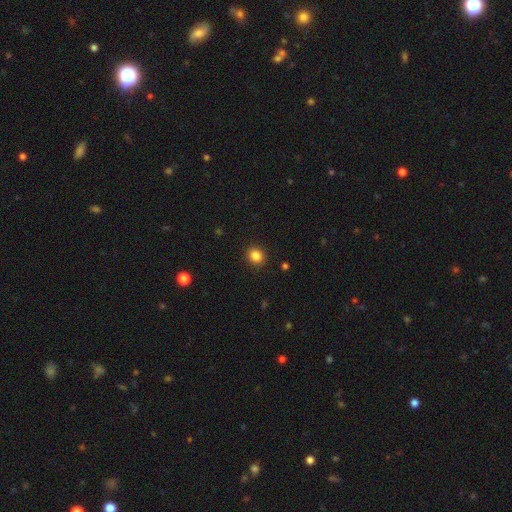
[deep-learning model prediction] Smooth or featured? smooth (85%)
How rounded? round (75%)
Merging? none (91%)